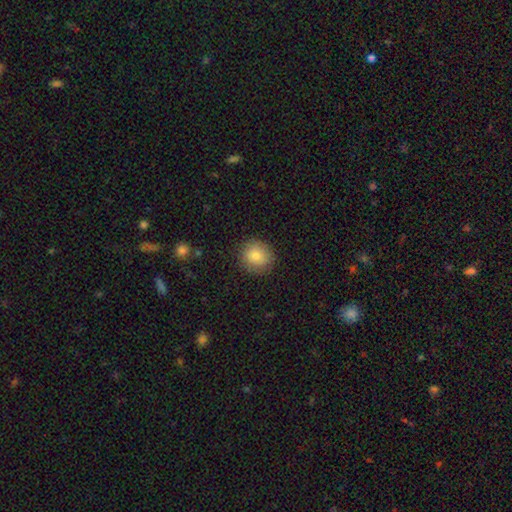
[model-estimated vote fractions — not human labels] Smooth or featured: smooth — 84% (star or artifact — 8%)
How rounded: round — 88% (in between — 11%)
Merging: none — 88% (minor disturbance — 8%)